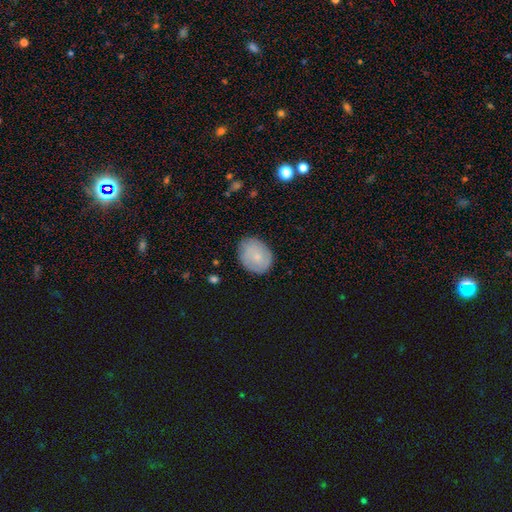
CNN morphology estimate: This appears to be a smooth galaxy with no disk features (69%) that is in between round and cigar-shaped (54%). Merging: none (80%).